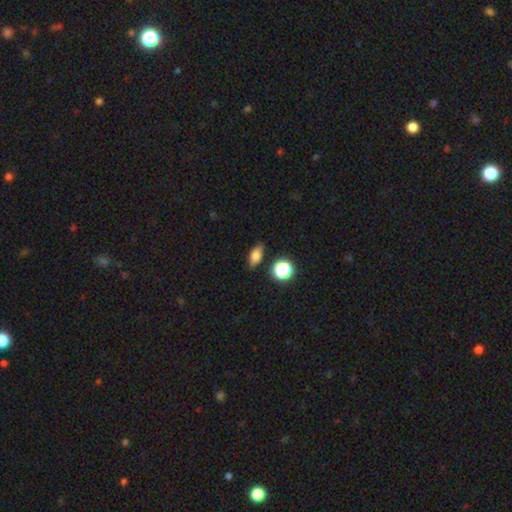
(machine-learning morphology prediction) This is likely a smooth galaxy (76%). How rounded: likely in between (71%). Merging: clearly none (82%).